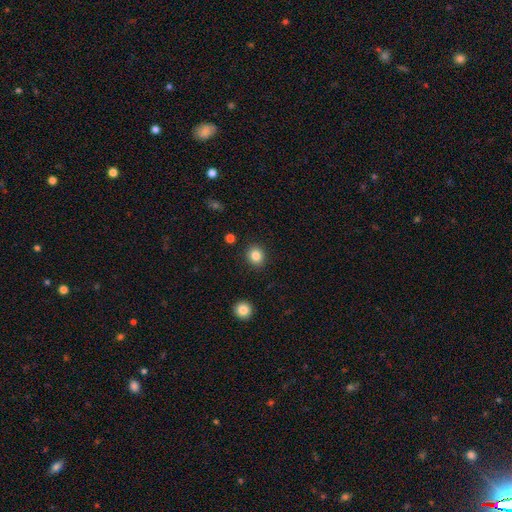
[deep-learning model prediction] This is clearly a smooth galaxy (85%). How rounded: clearly round (82%). Merging: clearly none (91%).